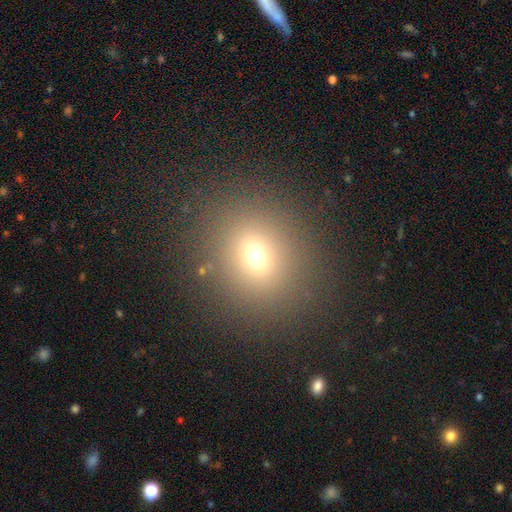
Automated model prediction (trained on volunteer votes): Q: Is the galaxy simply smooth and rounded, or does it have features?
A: smooth — 68%.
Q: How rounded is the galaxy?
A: round — 74%.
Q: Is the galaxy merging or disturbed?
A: none — 87%.